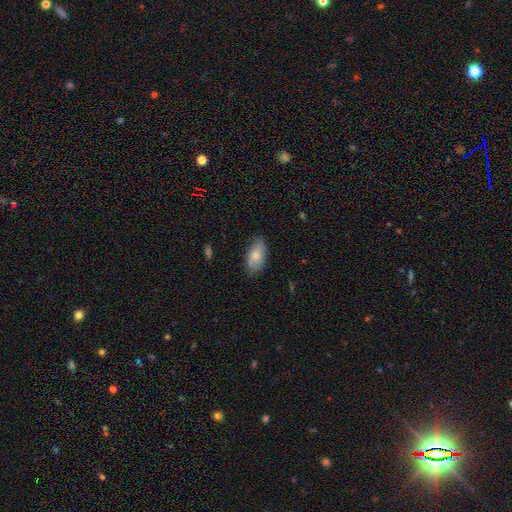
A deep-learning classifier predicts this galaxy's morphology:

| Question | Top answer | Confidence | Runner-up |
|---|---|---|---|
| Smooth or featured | smooth | 76% | featured or disk (17%) |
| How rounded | in between | 93% | cigar-shaped (4%) |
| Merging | none | 77% | minor disturbance (19%) |